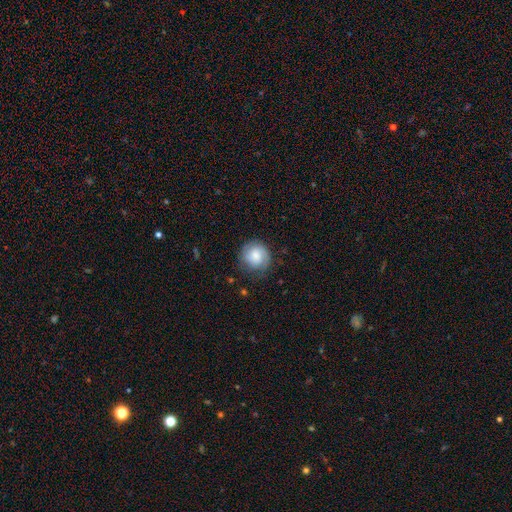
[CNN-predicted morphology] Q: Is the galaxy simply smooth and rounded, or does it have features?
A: smooth — 57%.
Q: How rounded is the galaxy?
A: round — 89%.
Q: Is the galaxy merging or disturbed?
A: none — 76%.